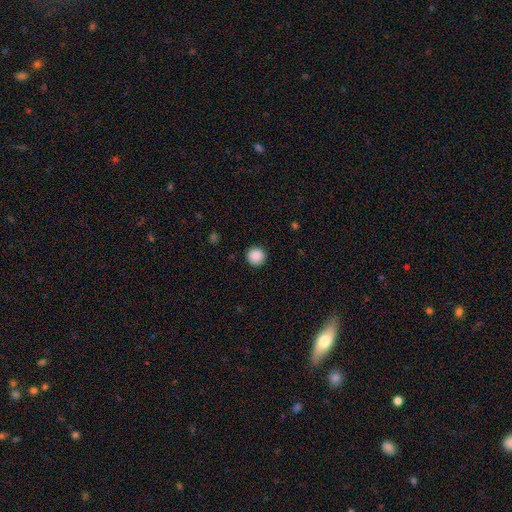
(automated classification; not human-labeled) smooth-or-featured: smooth: 89% | star or artifact: 9% | featured or disk: 3%
  how-rounded: round: 95% | in between: 4% | cigar-shaped: 1%
  merging: none: 92% | minor disturbance: 6% | major disturbance: 2% | merger: 1%